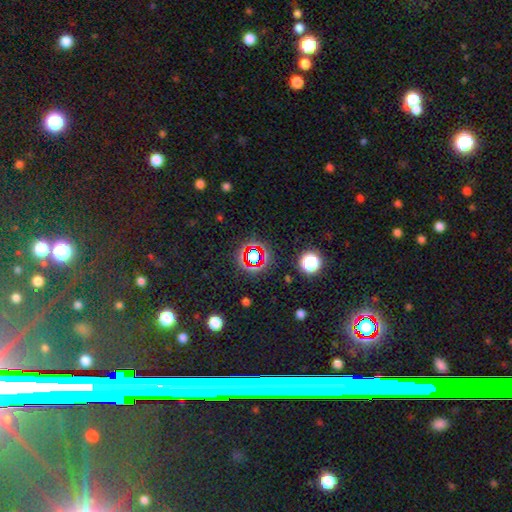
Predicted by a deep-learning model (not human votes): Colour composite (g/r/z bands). It shows a star or artifact, not a galaxy (71%).